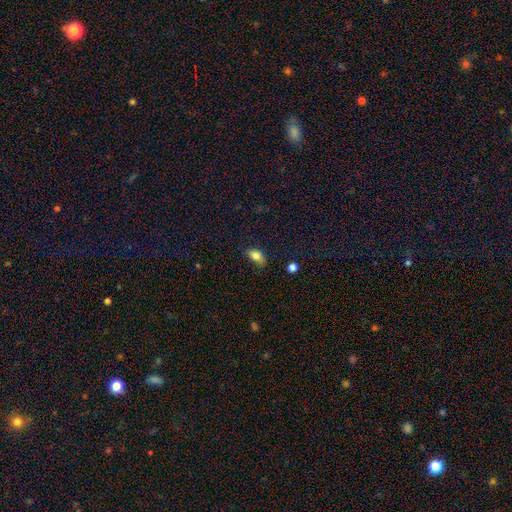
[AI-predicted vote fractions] The model was most divided on "merging": none: 68%, minor disturbance: 25%, major disturbance: 5%, merger: 2%. More confident: how rounded — in between (88%); smooth or featured — smooth (82%).